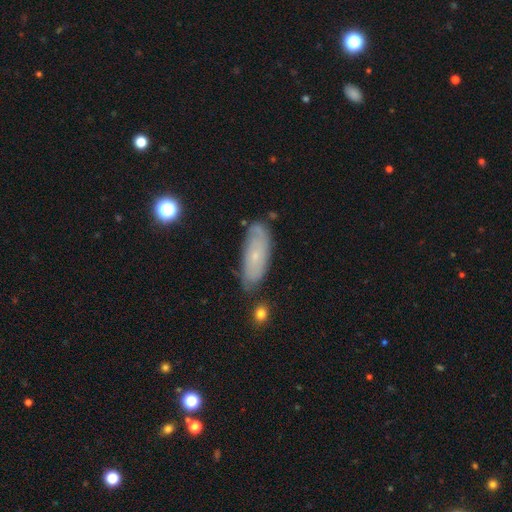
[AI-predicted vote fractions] This is possibly a smooth galaxy (48%). Merging: likely none (69%).